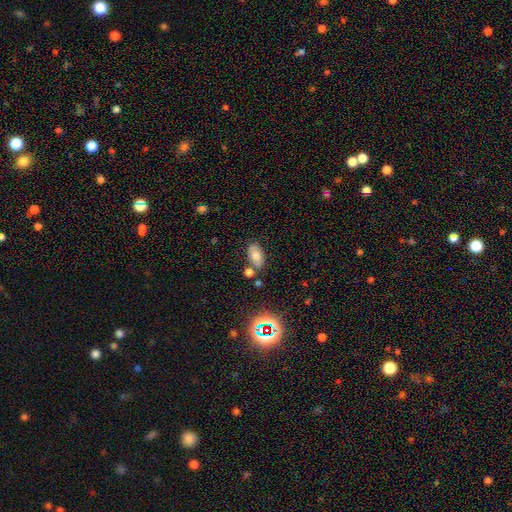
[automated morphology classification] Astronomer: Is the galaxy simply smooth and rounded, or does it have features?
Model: smooth — 69%.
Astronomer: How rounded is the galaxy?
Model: in between — 91%.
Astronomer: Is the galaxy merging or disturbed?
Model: none — 67%.